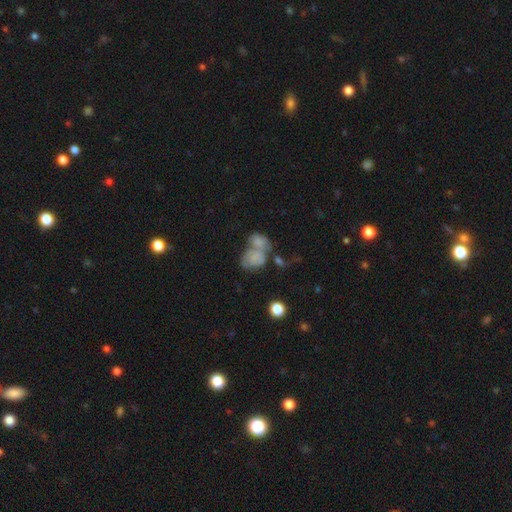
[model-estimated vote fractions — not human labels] This is possibly a smooth galaxy (53%). How rounded: likely in between (60%). Merging: possibly merger (59%).